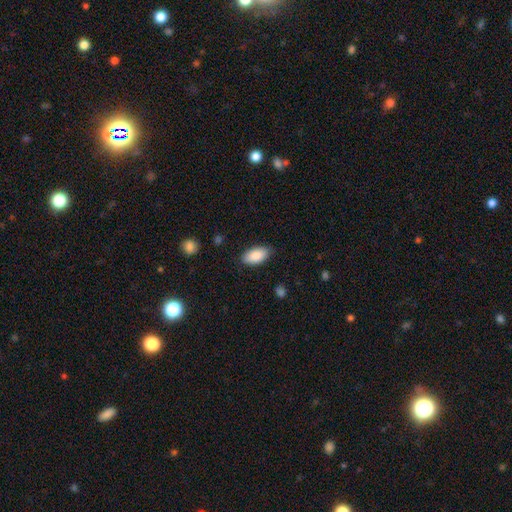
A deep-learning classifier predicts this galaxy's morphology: Smooth or featured? Predicted: smooth (p=0.88). How rounded? Predicted: in between (p=0.94). Merging? Predicted: none (p=0.85).